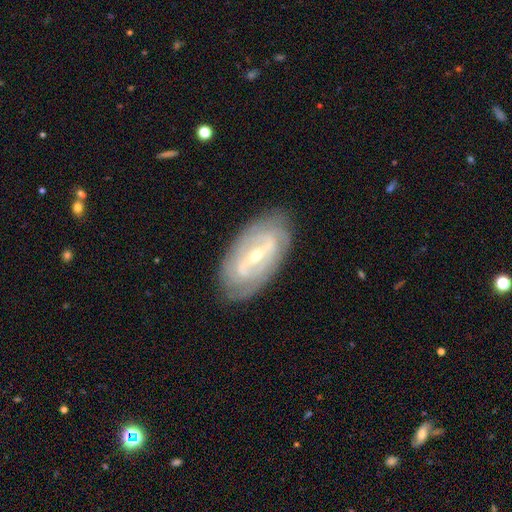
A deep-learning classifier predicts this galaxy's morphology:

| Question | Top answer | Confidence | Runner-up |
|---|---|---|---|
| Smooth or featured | featured or disk | 82% | smooth (12%) |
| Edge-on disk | no | 91% | yes (9%) |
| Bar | strong | 59% | weak (31%) |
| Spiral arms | yes | 76% | no (24%) |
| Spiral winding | tight | 60% | medium (29%) |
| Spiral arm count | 2 | 49% | can't tell (35%) |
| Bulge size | small | 54% | moderate (42%) |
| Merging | none | 81% | minor disturbance (14%) |